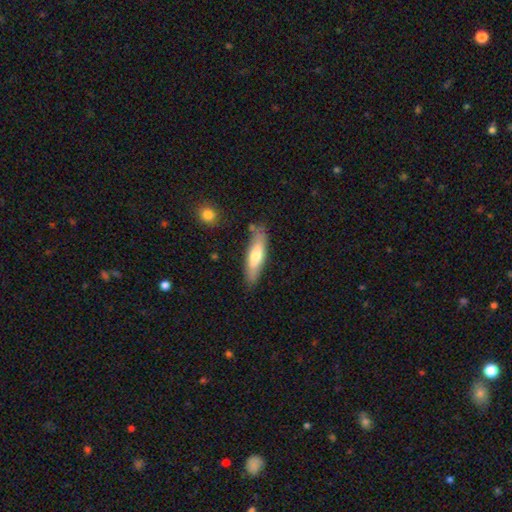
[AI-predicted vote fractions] This appears to be a smooth galaxy with no disk features (63%) that is cigar-shaped (59%). Merging: none (77%).